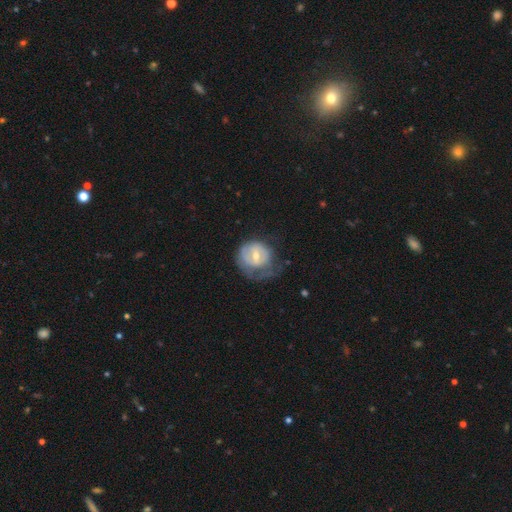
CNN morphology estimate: Smooth or featured? featured or disk (53%)
Edge-on disk? no (96%)
Bar? weak (51%)
Spiral arms? no (53%)
Bulge size? moderate (51%)
Merging? none (36%)